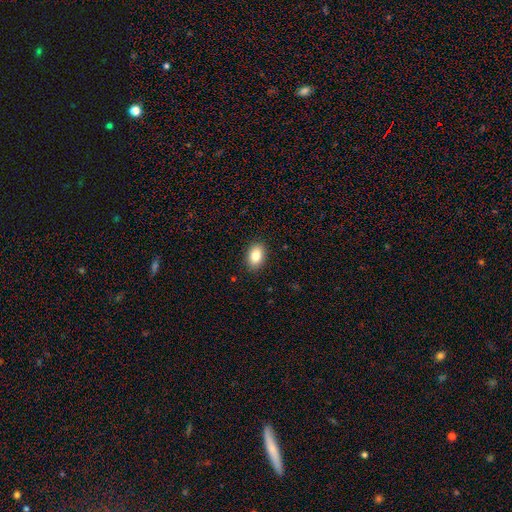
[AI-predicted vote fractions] smooth 86%, star or artifact 8%, featured or disk 6%. Down the decision tree: how rounded — in between (88%); merging — none (89%).